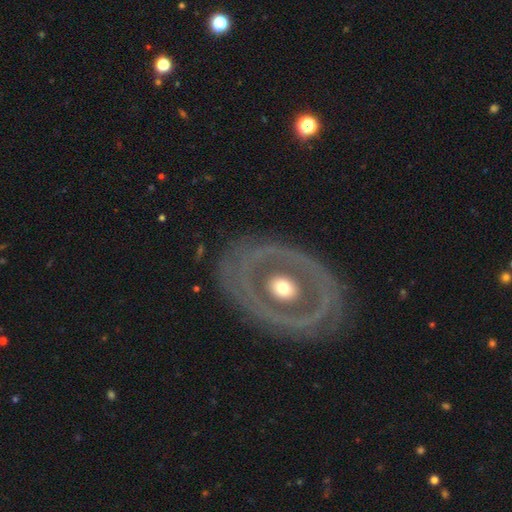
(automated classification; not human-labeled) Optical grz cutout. It shows a featured or disk galaxy (74%) with no bar (78%), no spiral arms (78%) and a moderate central bulge (72%). Merging: none (82%).